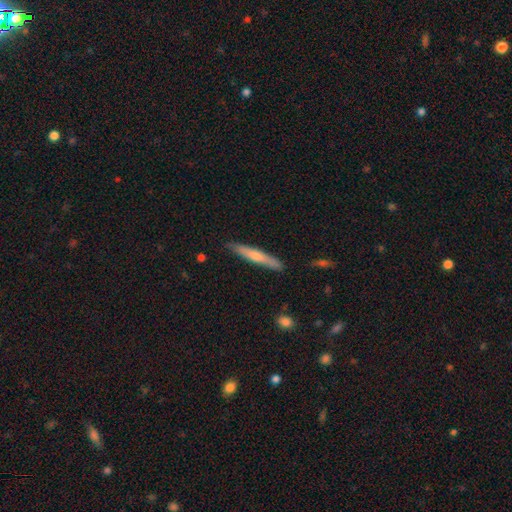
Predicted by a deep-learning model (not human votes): This is possibly a smooth galaxy (53%). How rounded: clearly cigar-shaped (95%). Merging: clearly none (88%).